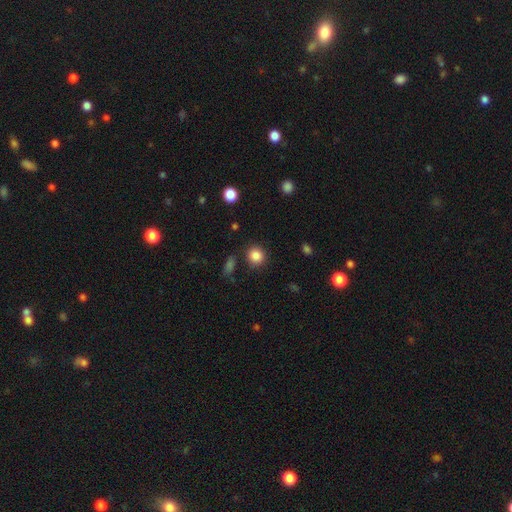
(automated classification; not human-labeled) Morphology: type=smooth (85%); roundness=round (88%); merging=none (86%).